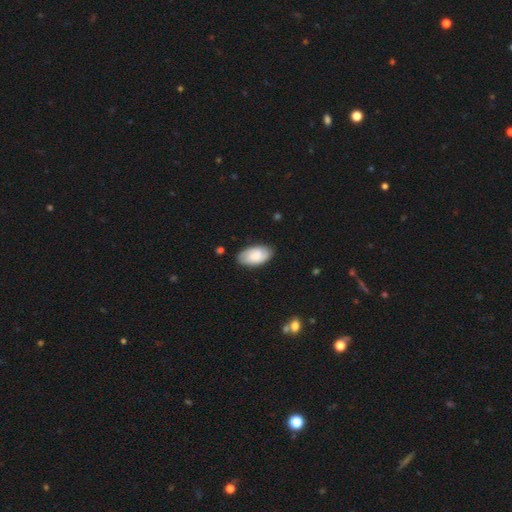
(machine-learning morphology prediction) Q: Smooth or featured?
A: smooth (75%); runner-up: featured or disk (19%)
Q: How rounded?
A: in between (95%); runner-up: round (3%)
Q: Merging?
A: none (85%); runner-up: minor disturbance (12%)